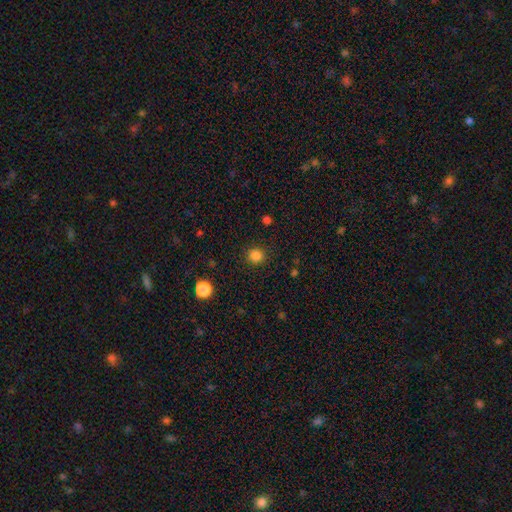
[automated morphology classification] The model was most divided on "smooth or featured": smooth: 84%, star or artifact: 13%, featured or disk: 3%. More confident: how rounded — round (90%); merging — none (90%).